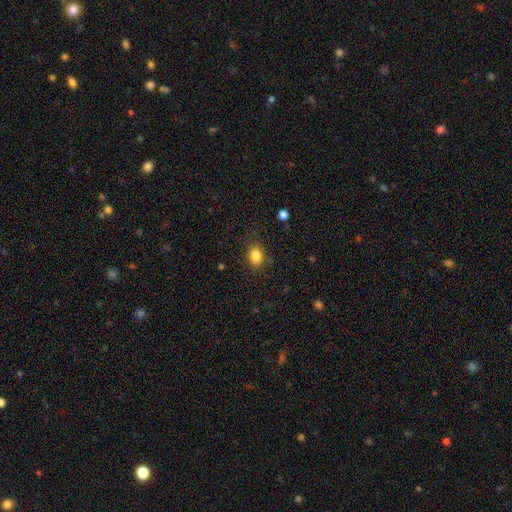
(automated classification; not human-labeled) smooth 84%, star or artifact 11%, featured or disk 5%. Down the decision tree: how rounded — in between (59%); merging — none (82%).